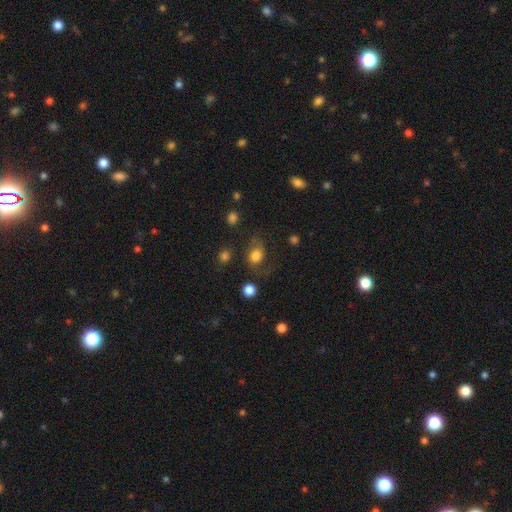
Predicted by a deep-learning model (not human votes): This appears to be a smooth galaxy with no disk features (75%) that is in between round and cigar-shaped (51%). Merging: none (56%).